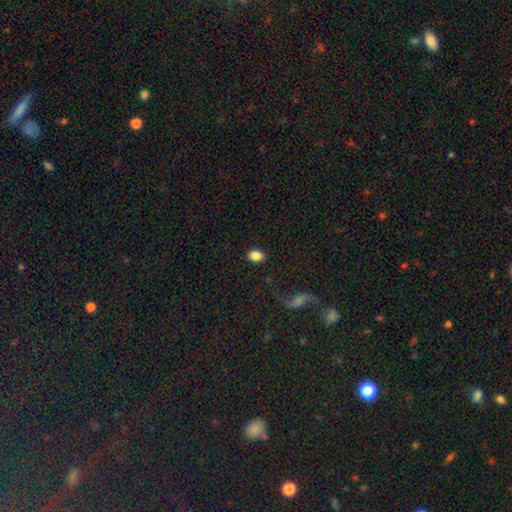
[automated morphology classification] This is clearly a smooth galaxy (84%). How rounded: likely in between (67%). Merging: clearly none (87%).